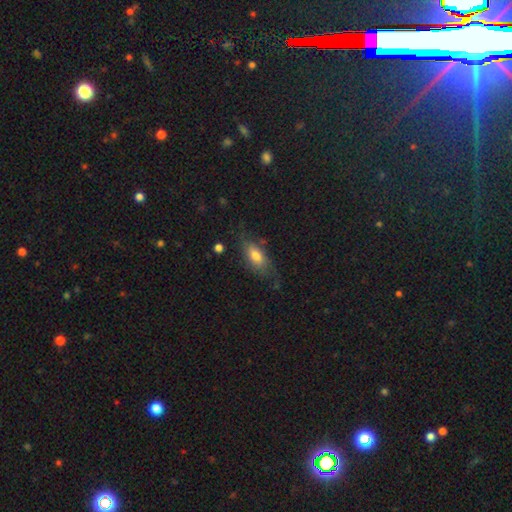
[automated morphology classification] Overall: smooth (70%). How rounded: in between (84%). Merging: none (62%; minor disturbance 25%).